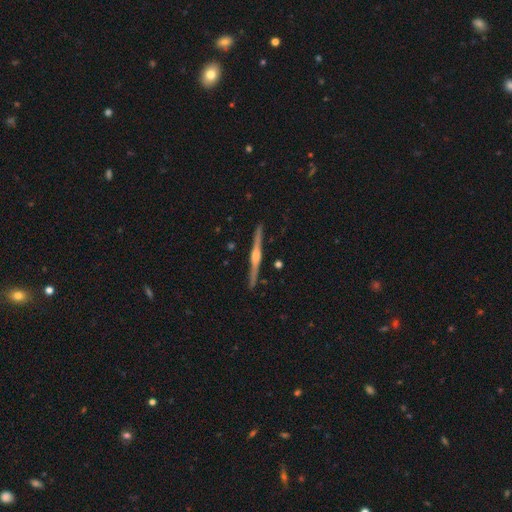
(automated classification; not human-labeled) featured or disk 85%, smooth 11%, star or artifact 5%. Down the decision tree: edge-on disk — yes (99%); edge-on bulge — rounded (85%); merging — none (92%).